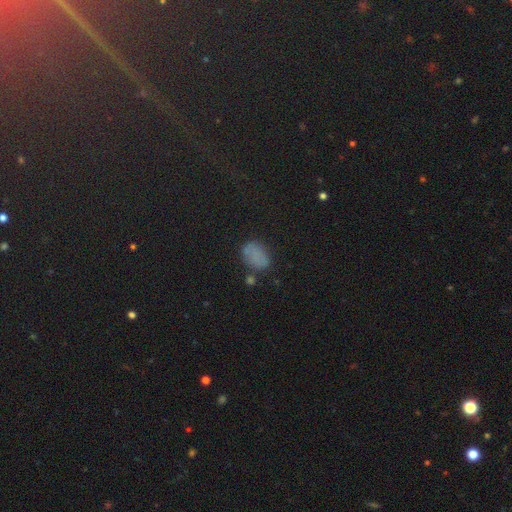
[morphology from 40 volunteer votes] Overall: smooth (78%). How rounded: in between (74%). Merging: none (54%; minor disturbance 22%).